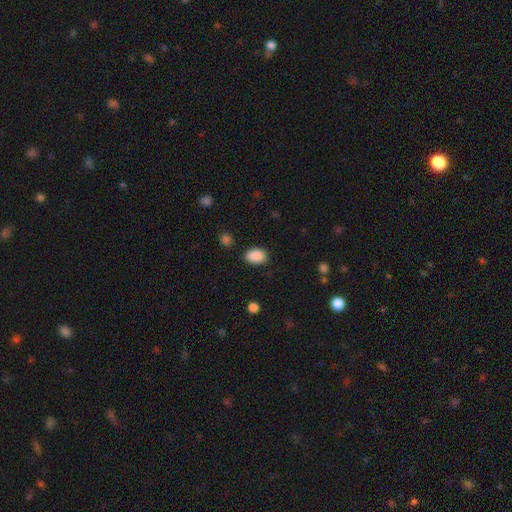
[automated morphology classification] This appears to be a smooth galaxy with no disk features (89%) that is in between round and cigar-shaped (81%). Merging: none (84%).